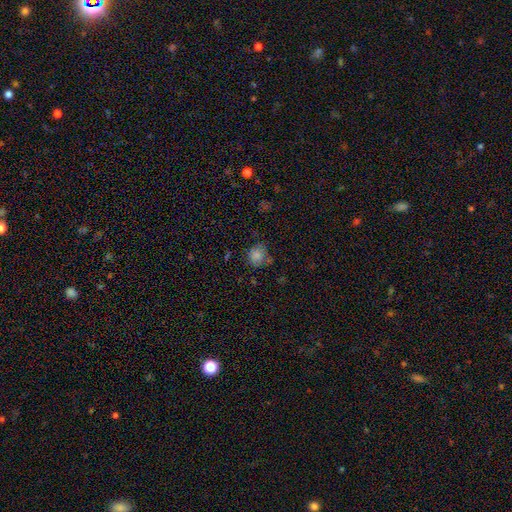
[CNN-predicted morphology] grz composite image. It shows a smooth galaxy with no disk features (80%) that is round (79%). Merging: none (67%).